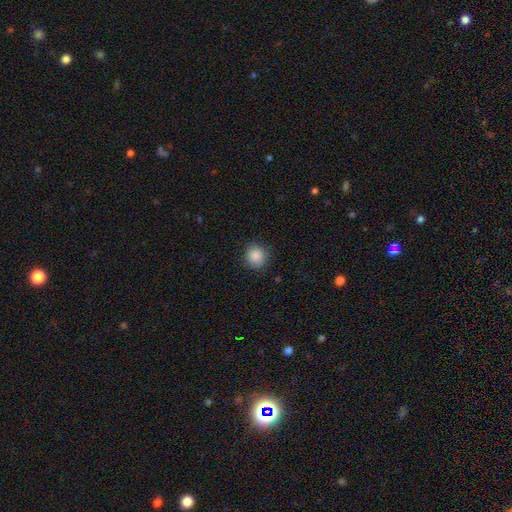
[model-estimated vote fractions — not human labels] Q: Smooth or featured?
A: smooth (87%); runner-up: star or artifact (9%)
Q: How rounded?
A: round (86%); runner-up: in between (13%)
Q: Merging?
A: none (87%); runner-up: minor disturbance (10%)